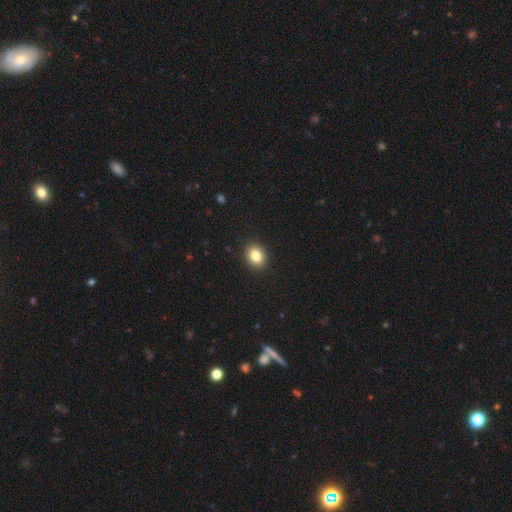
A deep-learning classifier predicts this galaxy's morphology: smooth_or_featured: smooth (p=0.83) [alt: star or artifact p=0.10]
how_rounded: round (p=0.53) [alt: in between p=0.46]
merging: none (p=0.91) [alt: minor disturbance p=0.06]